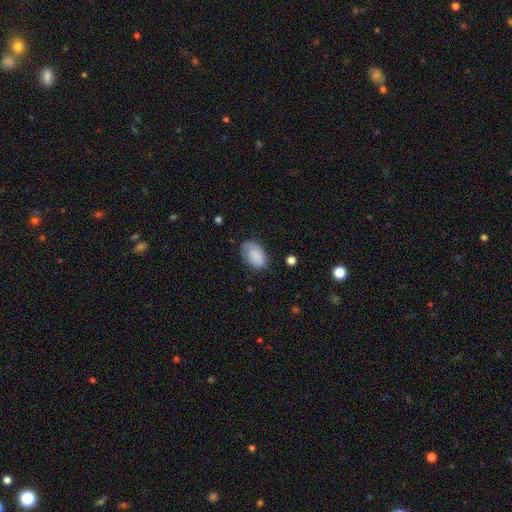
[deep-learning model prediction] This appears to be a smooth galaxy with no disk features (78%) that is in between round and cigar-shaped (90%). Merging: none (64%).